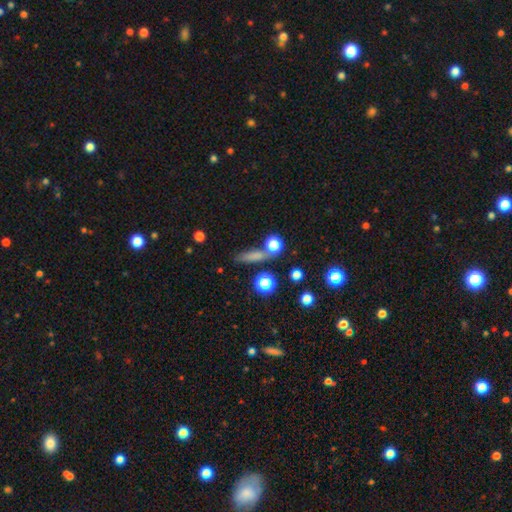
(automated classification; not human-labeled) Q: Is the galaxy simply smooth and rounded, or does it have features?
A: smooth — 72%.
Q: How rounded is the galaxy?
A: cigar-shaped — 60%.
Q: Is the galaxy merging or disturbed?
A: none — 70%.